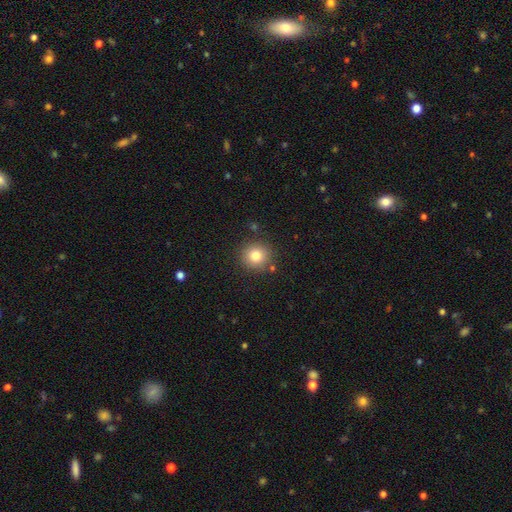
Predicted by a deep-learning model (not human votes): This is clearly a smooth galaxy (81%). How rounded: clearly round (91%). Merging: clearly none (86%).